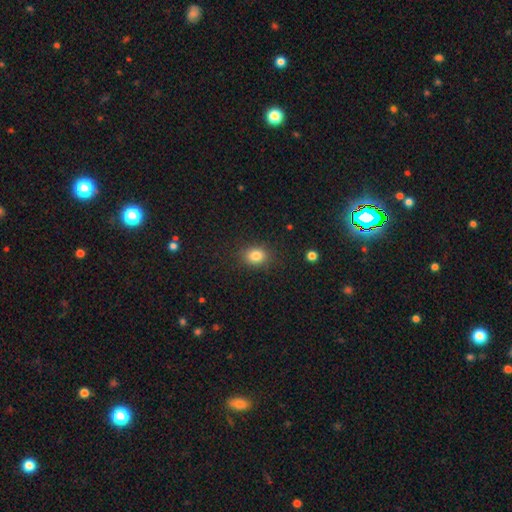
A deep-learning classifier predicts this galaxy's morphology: smooth_or_featured: smooth (p=0.82) [alt: star or artifact p=0.11]
how_rounded: round (p=0.56) [alt: in between p=0.43]
merging: none (p=0.86) [alt: minor disturbance p=0.10]